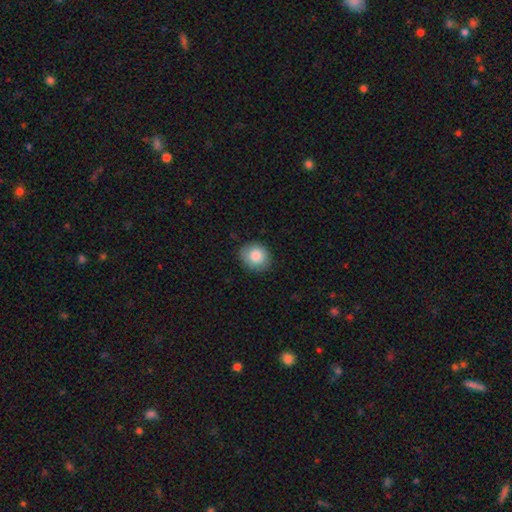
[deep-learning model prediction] Smooth or featured: smooth — 84% (star or artifact — 8%)
How rounded: round — 77% (in between — 22%)
Merging: none — 85% (minor disturbance — 11%)